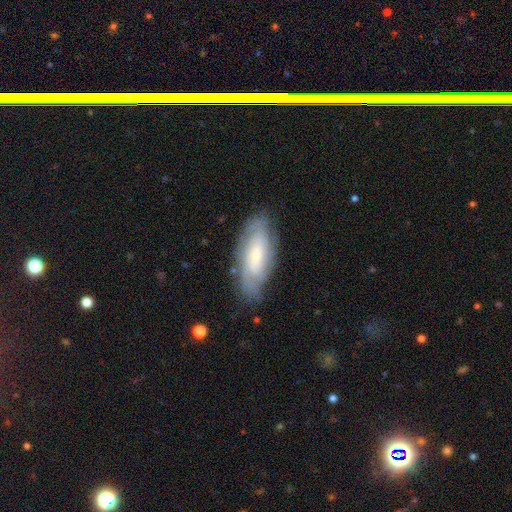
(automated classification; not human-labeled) This appears to be a featured or disk galaxy (64%) with no bar (60%), spiral arms (86%) and a small central bulge (65%). Merging: none (78%).